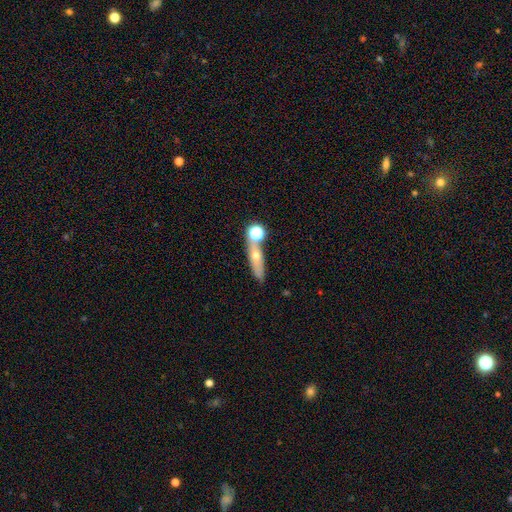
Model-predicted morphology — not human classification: A smooth galaxy with no disk features (48%). Merging: none (58%).